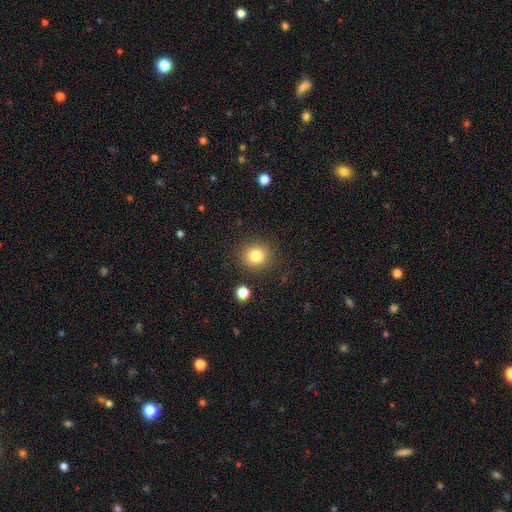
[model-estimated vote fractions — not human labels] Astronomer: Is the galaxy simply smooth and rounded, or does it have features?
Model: smooth — 82%.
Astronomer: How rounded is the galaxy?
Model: round — 89%.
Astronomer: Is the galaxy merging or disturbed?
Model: none — 87%.